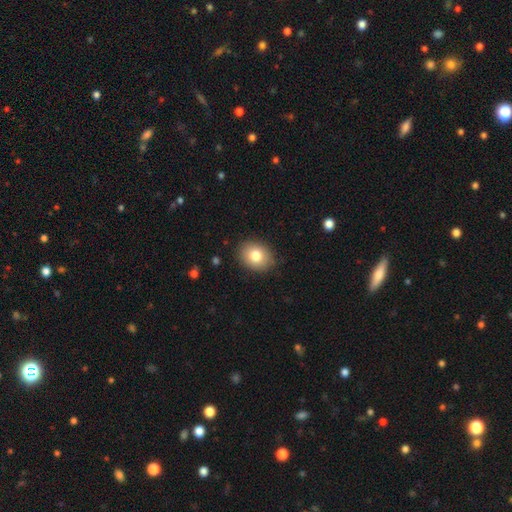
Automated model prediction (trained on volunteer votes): smooth 80%, featured or disk 11%, star or artifact 9%. Down the decision tree: how rounded — round (52%); merging — none (88%).